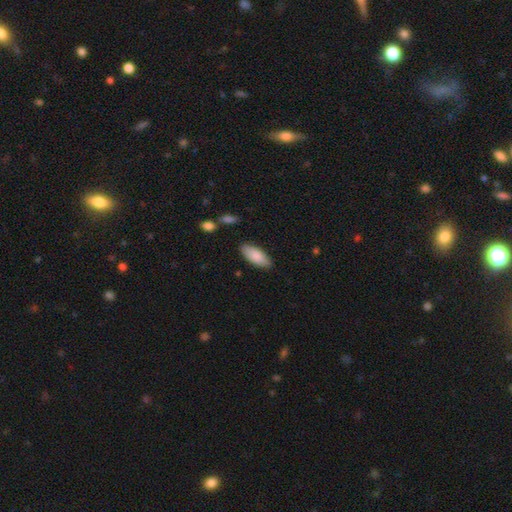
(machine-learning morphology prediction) type=smooth (86%); roundness=in between (84%); merging=none (85%).